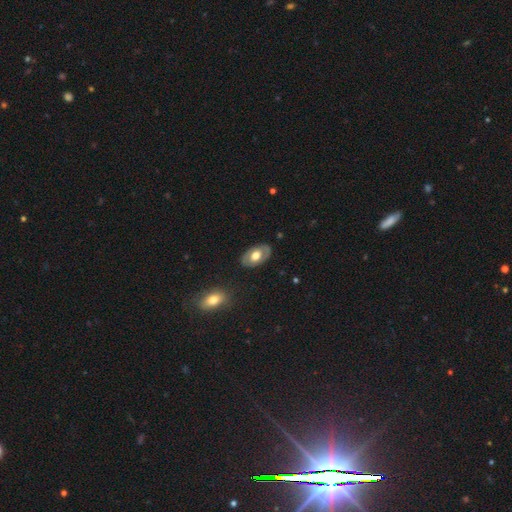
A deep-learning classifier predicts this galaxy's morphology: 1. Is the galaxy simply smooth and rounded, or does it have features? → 48% smooth, 46% featured or disk, 6% star or artifact.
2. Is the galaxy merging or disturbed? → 84% none, 12% minor disturbance, 3% major disturbance, 1% merger.